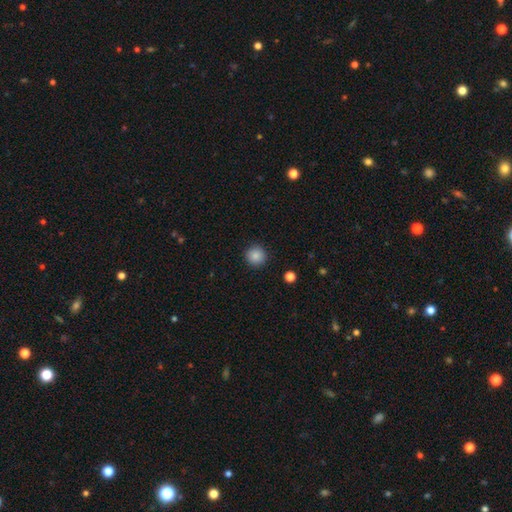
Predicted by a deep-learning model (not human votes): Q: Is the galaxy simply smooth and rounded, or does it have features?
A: smooth — 87%.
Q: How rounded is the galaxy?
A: round — 94%.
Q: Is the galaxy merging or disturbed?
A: none — 92%.